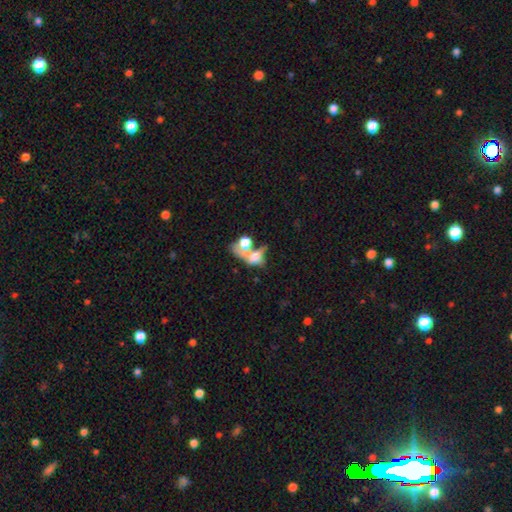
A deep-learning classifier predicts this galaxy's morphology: This is possibly a smooth galaxy (53%). How rounded: likely in between (68%). Merging: possibly merger (54%).